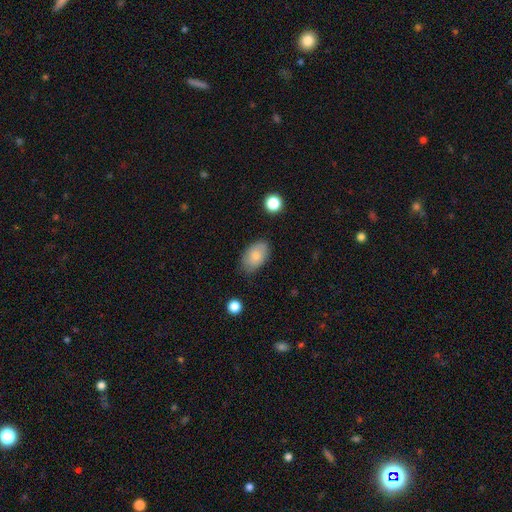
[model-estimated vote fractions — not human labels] A smooth galaxy with no disk features (78%) that is in between round and cigar-shaped (91%). Merging: none (77%).